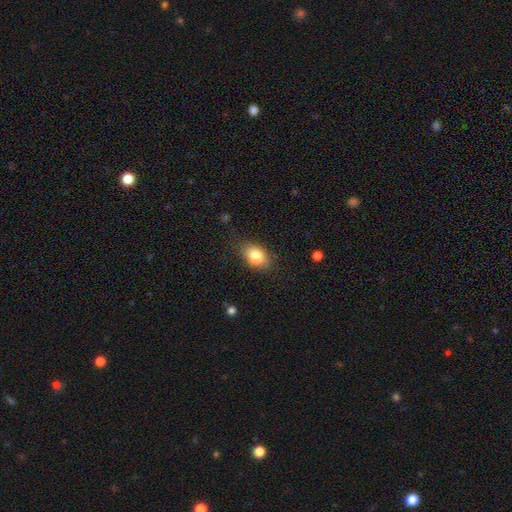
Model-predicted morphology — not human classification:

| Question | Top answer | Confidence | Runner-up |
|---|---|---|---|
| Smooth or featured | smooth | 81% | featured or disk (10%) |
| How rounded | in between | 81% | round (17%) |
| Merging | none | 75% | minor disturbance (18%) |